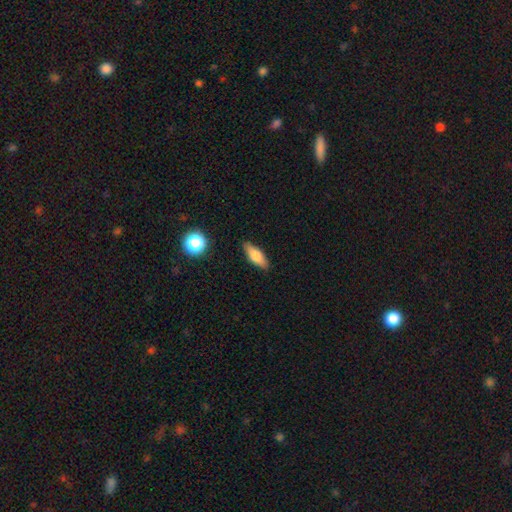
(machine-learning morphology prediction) This is likely a smooth galaxy (71%). How rounded: likely in between (64%). Merging: clearly none (86%).